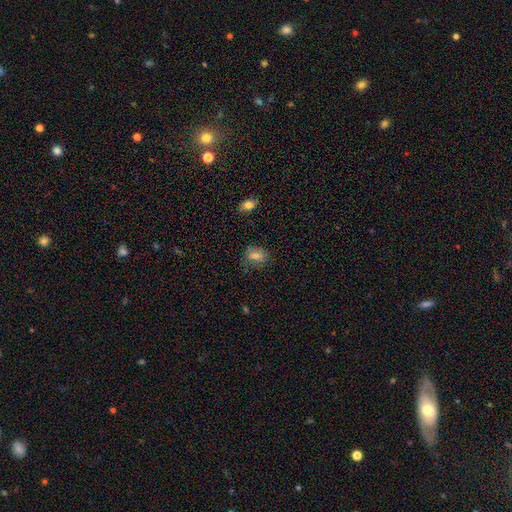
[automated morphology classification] Smooth or featured?
  - smooth: 70% *
  - star or artifact: 15%
  - featured or disk: 14%
How rounded?
  - in between: 52% *
  - round: 47%
  - cigar-shaped: 2%
Merging?
  - none: 73% *
  - minor disturbance: 19%
  - major disturbance: 6%
  - merger: 2%